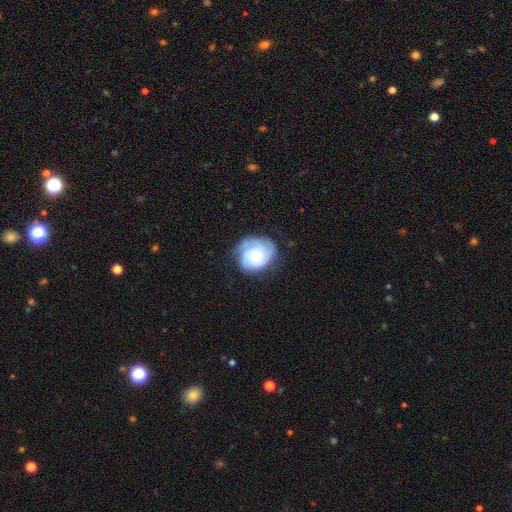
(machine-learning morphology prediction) A featured or disk galaxy (67%) with no bar (77%), 3 (40%) tight (60%) spiral arms (94%) and a moderate central bulge (45%). Merging: none (69%).